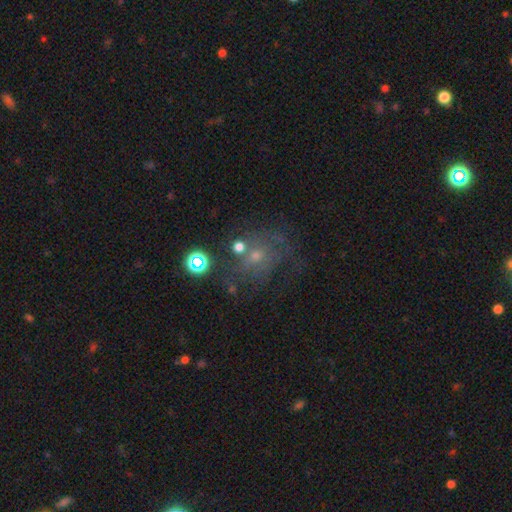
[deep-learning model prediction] The model was most divided on "smooth or featured": featured or disk: 45%, smooth: 29%, star or artifact: 26%. More confident: merging — none (51%).